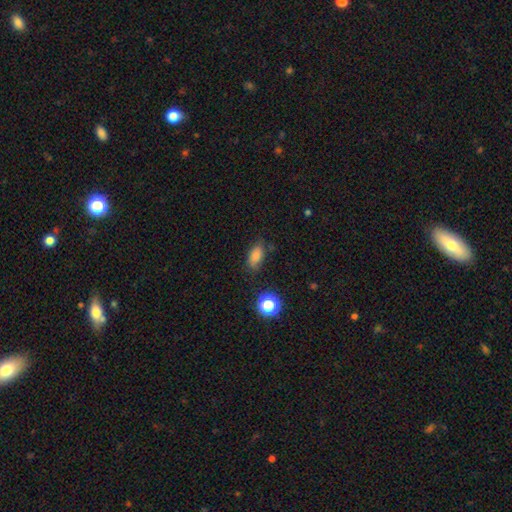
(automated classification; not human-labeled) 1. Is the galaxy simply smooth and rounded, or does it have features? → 83% smooth, 12% star or artifact, 5% featured or disk.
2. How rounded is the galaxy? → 85% in between, 8% round, 7% cigar-shaped.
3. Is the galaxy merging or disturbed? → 76% none, 17% minor disturbance, 5% major disturbance, 2% merger.